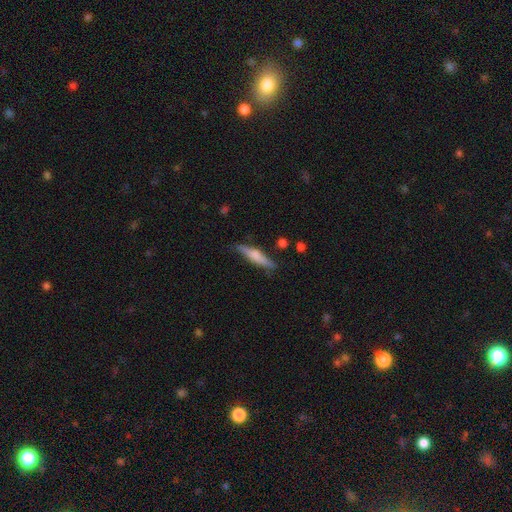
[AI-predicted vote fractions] Smooth or featured?
  - smooth: 49% *
  - featured or disk: 44%
  - star or artifact: 6%
Merging?
  - none: 80% *
  - minor disturbance: 15%
  - major disturbance: 3%
  - merger: 2%